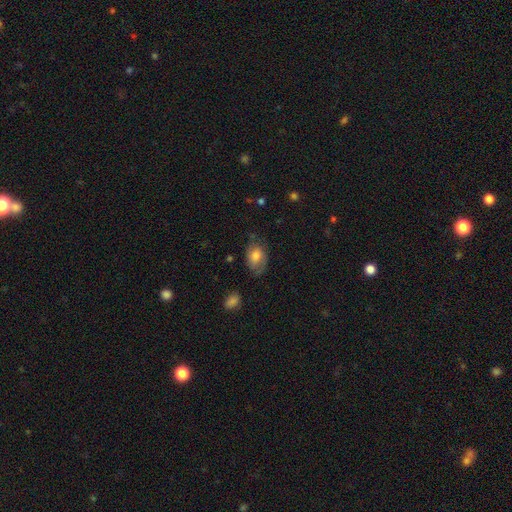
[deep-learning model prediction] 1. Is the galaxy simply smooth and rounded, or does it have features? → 57% smooth, 34% featured or disk, 8% star or artifact.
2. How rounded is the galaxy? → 81% in between, 18% round, 1% cigar-shaped.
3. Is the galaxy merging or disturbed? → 58% none, 27% minor disturbance, 13% major disturbance, 2% merger.